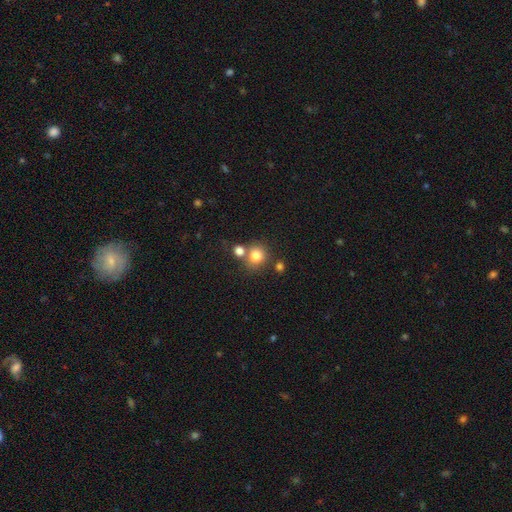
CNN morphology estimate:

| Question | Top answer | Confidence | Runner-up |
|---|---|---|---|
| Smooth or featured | smooth | 80% | star or artifact (12%) |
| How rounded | round | 85% | in between (14%) |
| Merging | none | 61% | merger (26%) |